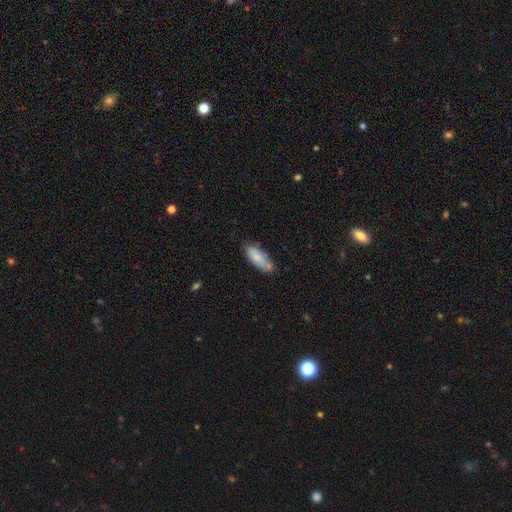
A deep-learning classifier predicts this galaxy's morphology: This appears to be a smooth galaxy with no disk features (78%) that is in between round and cigar-shaped (73%). Merging: none (63%).